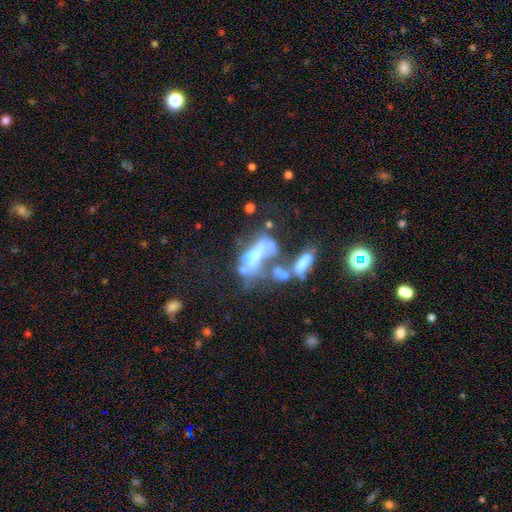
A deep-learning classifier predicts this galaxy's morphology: A featured or disk galaxy (60%) with no bar (82%), no spiral arms (93%) and no central bulge (63%). Merging: merger (52%).